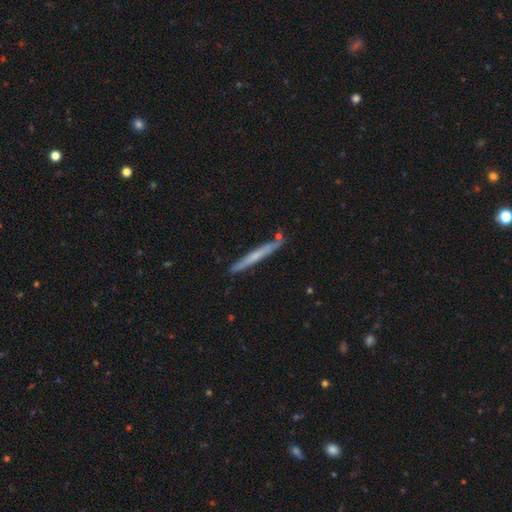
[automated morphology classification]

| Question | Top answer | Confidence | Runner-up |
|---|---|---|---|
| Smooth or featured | featured or disk | 47% | tied: smooth (47%) |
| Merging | none | 84% | minor disturbance (10%) |